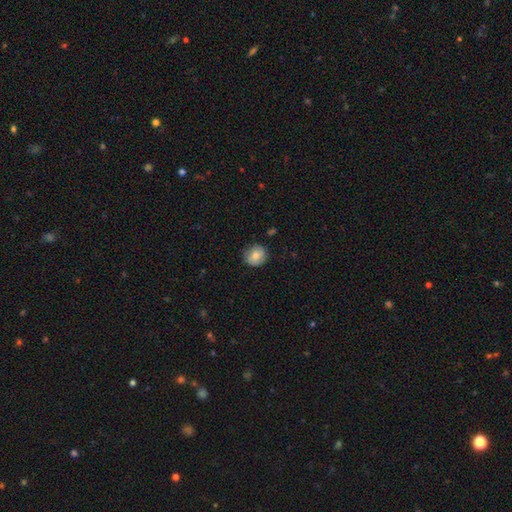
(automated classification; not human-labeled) smooth-or-featured: smooth: 78% | featured or disk: 14% | star or artifact: 8%
  how-rounded: round: 86% | in between: 13% | cigar-shaped: 1%
  merging: none: 83% | minor disturbance: 13% | major disturbance: 3% | merger: 1%